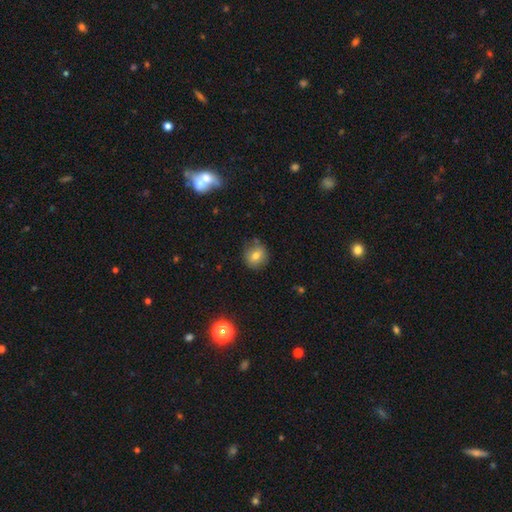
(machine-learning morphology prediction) Smooth or featured?
  - smooth: 75% *
  - featured or disk: 13%
  - star or artifact: 11%
How rounded?
  - round: 86% *
  - in between: 13%
  - cigar-shaped: 1%
Merging?
  - none: 79% *
  - minor disturbance: 15%
  - major disturbance: 3%
  - merger: 3%